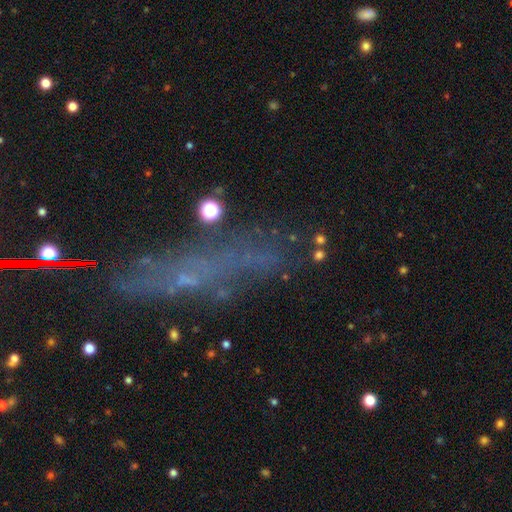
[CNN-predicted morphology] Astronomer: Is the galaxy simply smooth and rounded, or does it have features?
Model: featured or disk — 40% (runner-up: smooth, 33%).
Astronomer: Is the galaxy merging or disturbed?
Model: none — 68%.